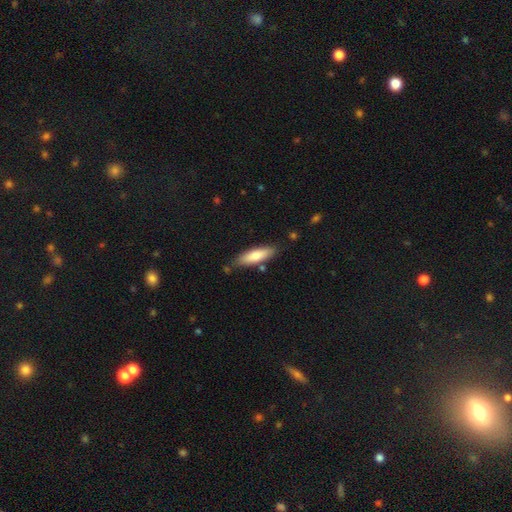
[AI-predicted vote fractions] The model was most divided on "how rounded": cigar-shaped: 57%, in between: 41%, round: 2%. More confident: merging — none (79%); smooth or featured — smooth (75%).